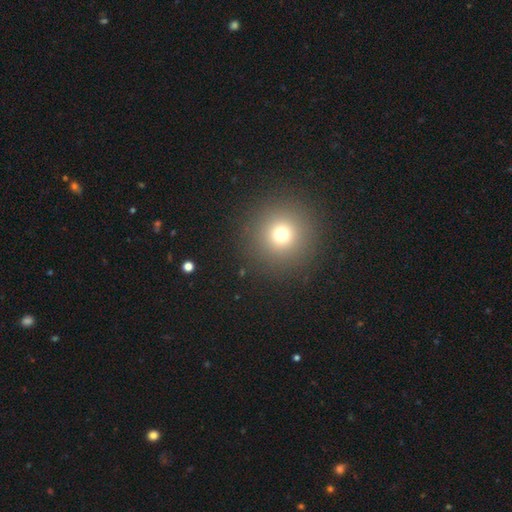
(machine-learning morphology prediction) This is likely a smooth galaxy (68%). How rounded: clearly round (96%). Merging: clearly none (93%).